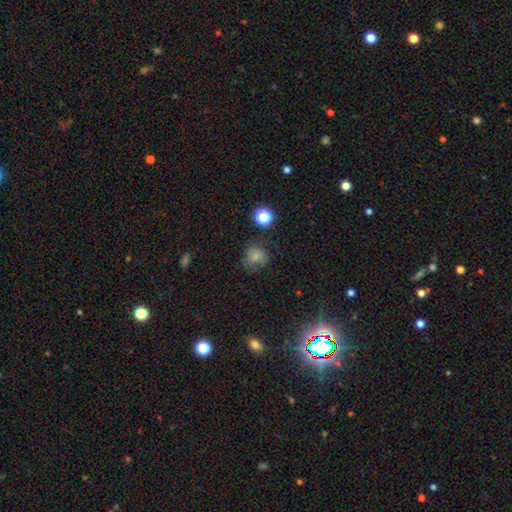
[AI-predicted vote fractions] Smooth or featured? Predicted: smooth (p=0.75). How rounded? Predicted: round (p=0.83). Merging? Predicted: none (p=0.67).